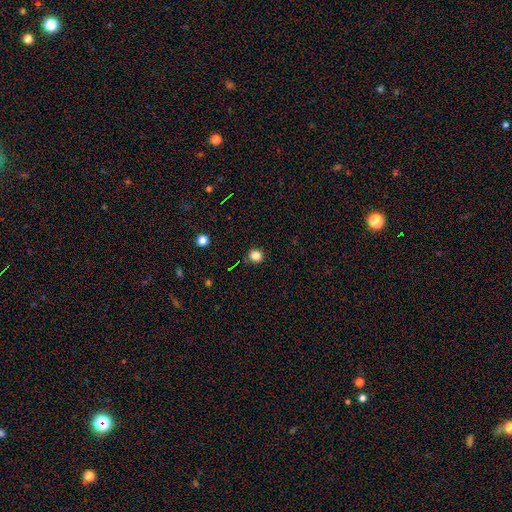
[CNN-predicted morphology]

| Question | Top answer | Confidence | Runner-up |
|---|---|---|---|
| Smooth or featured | smooth | 82% | star or artifact (13%) |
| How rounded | round | 87% | in between (12%) |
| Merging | none | 88% | minor disturbance (8%) |